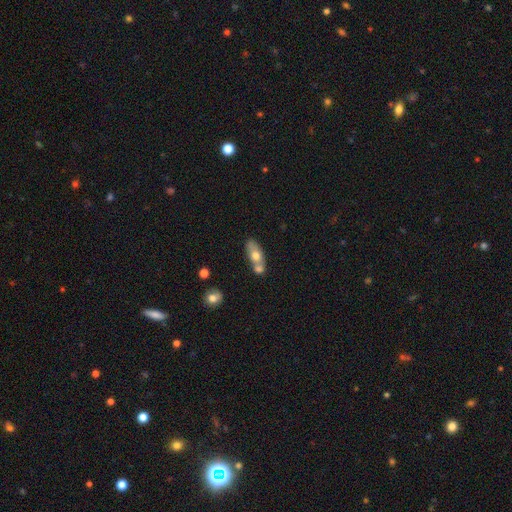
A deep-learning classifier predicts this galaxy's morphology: The model was most divided on "merging": merger: 47%, none: 37%, minor disturbance: 12%, major disturbance: 4%. More confident: how rounded — in between (76%); smooth or featured — smooth (63%).